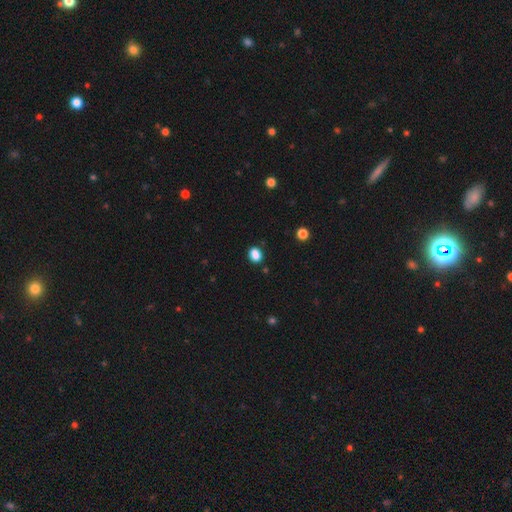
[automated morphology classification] smooth_or_featured: smooth (p=0.85) [alt: star or artifact p=0.11]
how_rounded: in between (p=0.50) [alt: round p=0.49]
merging: none (p=0.85) [alt: minor disturbance p=0.10]